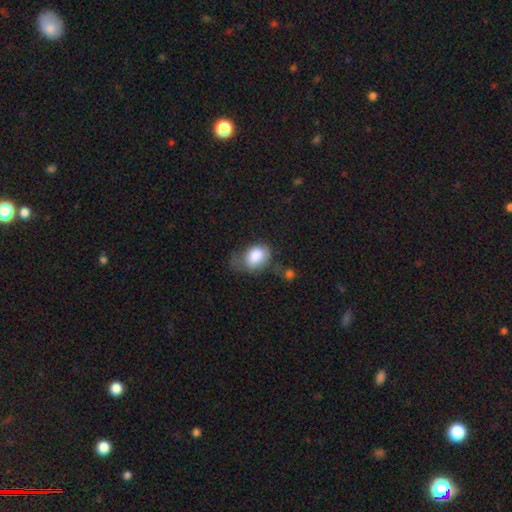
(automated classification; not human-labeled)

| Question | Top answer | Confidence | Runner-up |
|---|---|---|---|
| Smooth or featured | smooth | 83% | featured or disk (9%) |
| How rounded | in between | 73% | round (26%) |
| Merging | minor disturbance | 35% | none (31%) |